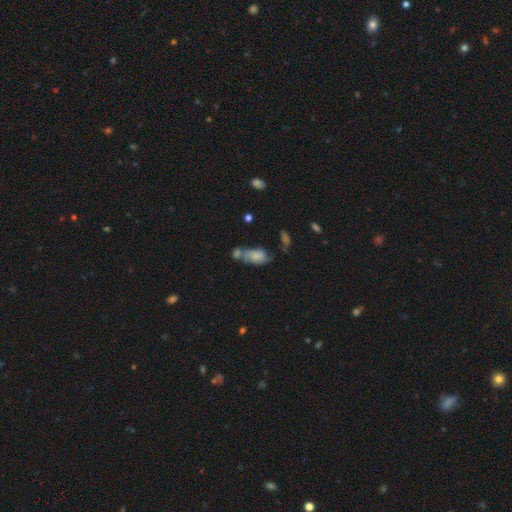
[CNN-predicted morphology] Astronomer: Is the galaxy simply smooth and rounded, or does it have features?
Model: smooth — 54% (runner-up: featured or disk, 36%).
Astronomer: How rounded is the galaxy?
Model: in between — 88%.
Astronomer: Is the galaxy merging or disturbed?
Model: merger — 36% (runner-up: none, 30%).